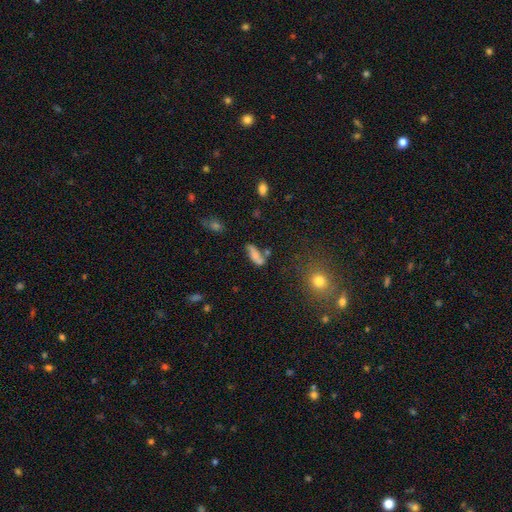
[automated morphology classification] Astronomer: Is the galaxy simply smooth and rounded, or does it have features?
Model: smooth — 60%.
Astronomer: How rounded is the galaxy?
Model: in between — 65%.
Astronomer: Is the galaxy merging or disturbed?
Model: none — 48%.